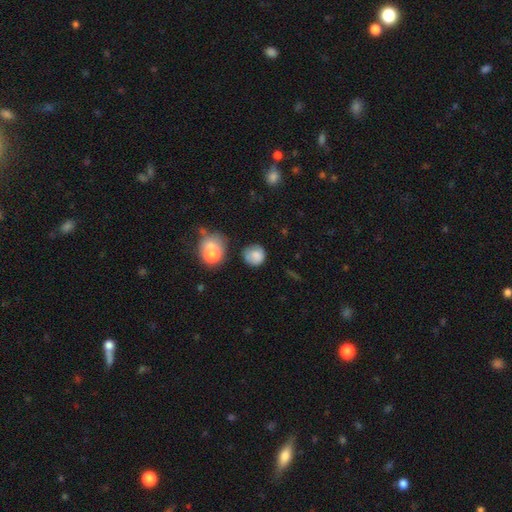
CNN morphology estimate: This is likely a smooth galaxy (79%). How rounded: clearly round (86%). Merging: likely none (65%).